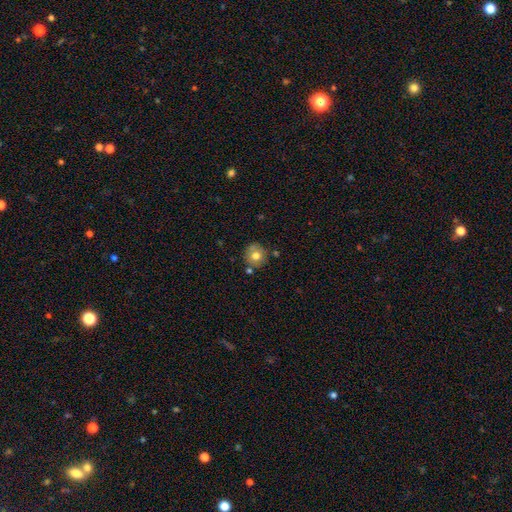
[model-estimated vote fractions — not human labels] Overall: smooth (74%). How rounded: round (90%). Merging: none (74%).